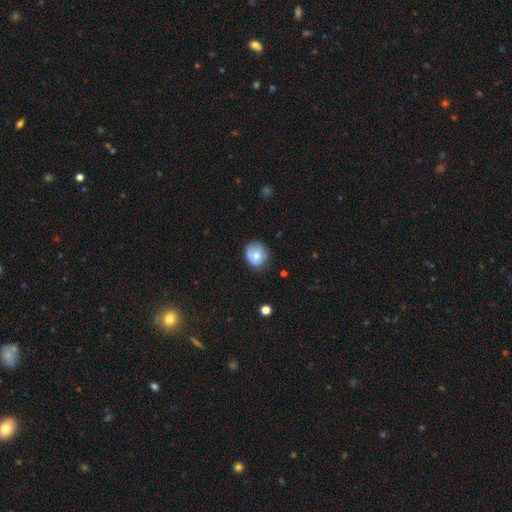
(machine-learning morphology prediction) This is likely a smooth galaxy (70%). How rounded: clearly round (80%). Merging: likely none (66%).